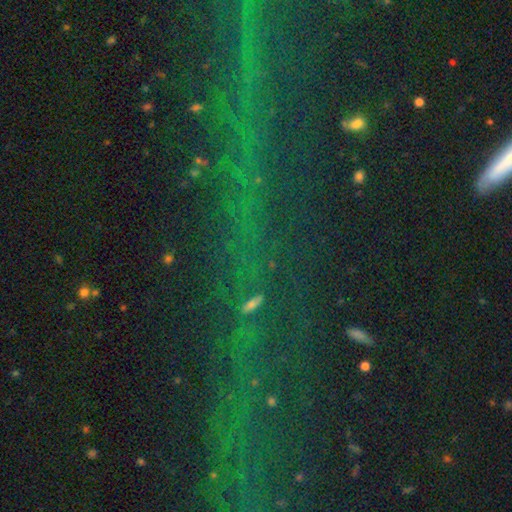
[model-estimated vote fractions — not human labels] Smooth or featured?
  - star or artifact: 72% *
  - featured or disk: 14%
  - smooth: 14%